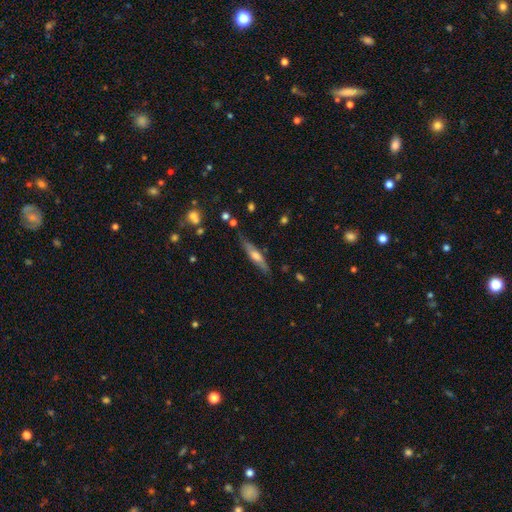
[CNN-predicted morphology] This appears to be a featured or disk galaxy (54%) viewed edge-on (85%). Merging: none (74%).